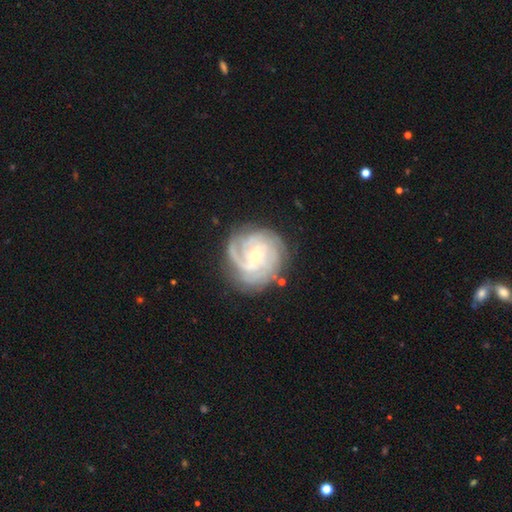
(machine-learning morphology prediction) smooth_or_featured: featured or disk (p=0.85) [alt: smooth p=0.09]
disk_edge_on: no (p=0.98) [alt: yes p=0.02]
bar: no (p=0.62) [alt: weak p=0.31]
has_spiral_arms: yes (p=0.97) [alt: no p=0.03]
spiral_winding: tight (p=0.68) [alt: medium p=0.26]
spiral_arm_count: 3 (p=0.28) [alt: can't tell p=0.27]
bulge_size: small (p=0.69) [alt: moderate p=0.28]
merging: none (p=0.75) [alt: minor disturbance p=0.16]